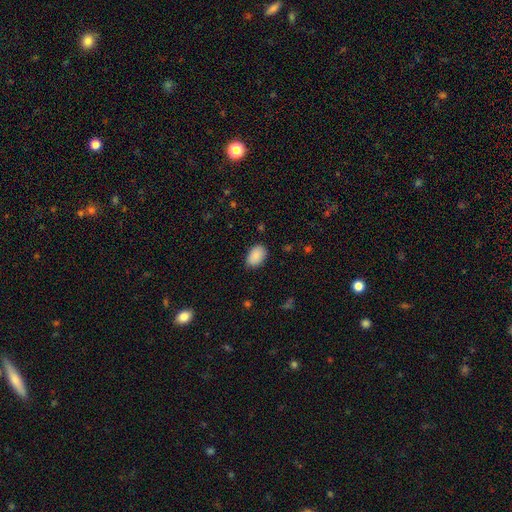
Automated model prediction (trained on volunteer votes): smooth-or-featured: smooth: 89% | star or artifact: 7% | featured or disk: 4%
  how-rounded: in between: 89% | round: 10% | cigar-shaped: 1%
  merging: none: 83% | minor disturbance: 14% | major disturbance: 3% | merger: 1%